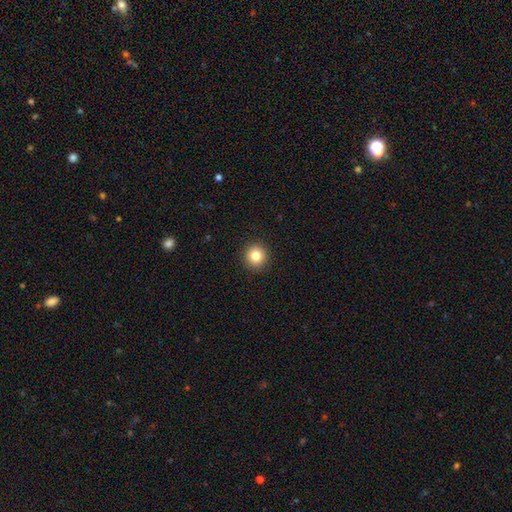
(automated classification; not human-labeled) Smooth or featured?
  - smooth: 83% *
  - star or artifact: 11%
  - featured or disk: 6%
How rounded?
  - round: 94% *
  - in between: 5%
  - cigar-shaped: 1%
Merging?
  - none: 93% *
  - minor disturbance: 5%
  - major disturbance: 2%
  - merger: 1%